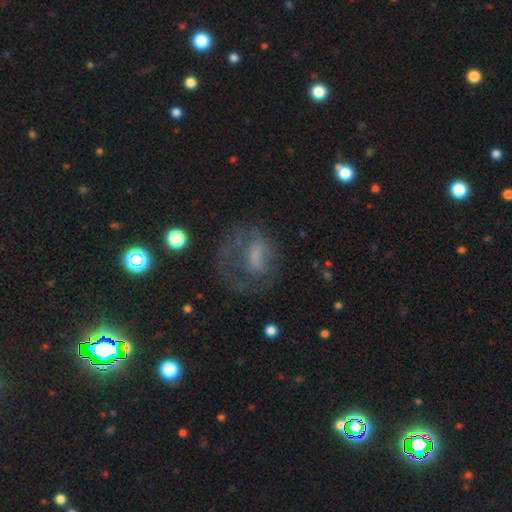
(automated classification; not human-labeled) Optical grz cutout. It shows a featured or disk galaxy (48%). Merging: none (42%).